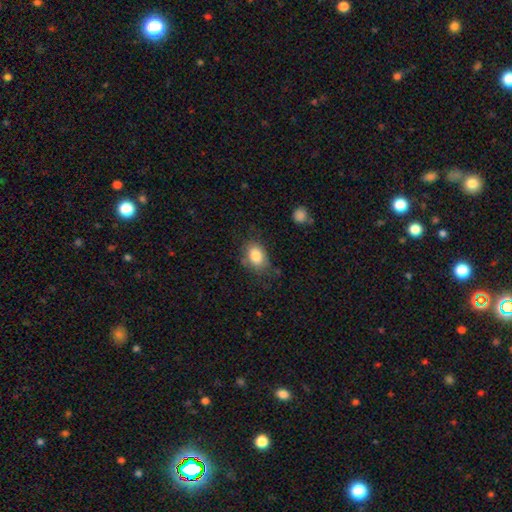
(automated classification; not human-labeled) Q: Smooth or featured?
A: smooth (83%); runner-up: featured or disk (9%)
Q: How rounded?
A: in between (80%); runner-up: round (19%)
Q: Merging?
A: none (67%); runner-up: minor disturbance (23%)